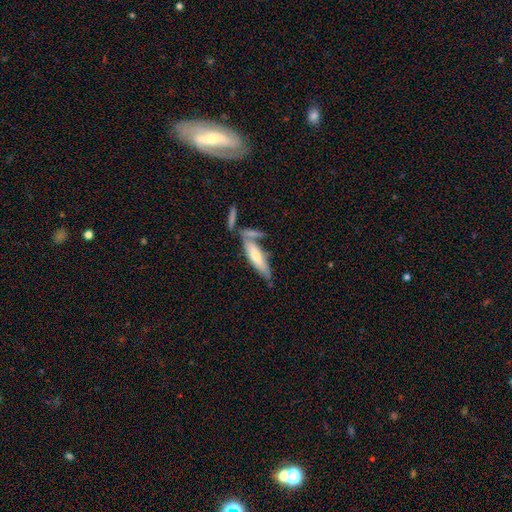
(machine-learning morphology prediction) The model was most divided on "merging": none: 46%, merger: 30%, minor disturbance: 17%, major disturbance: 7%. More confident: how rounded — cigar-shaped (64%); smooth or featured — smooth (55%).